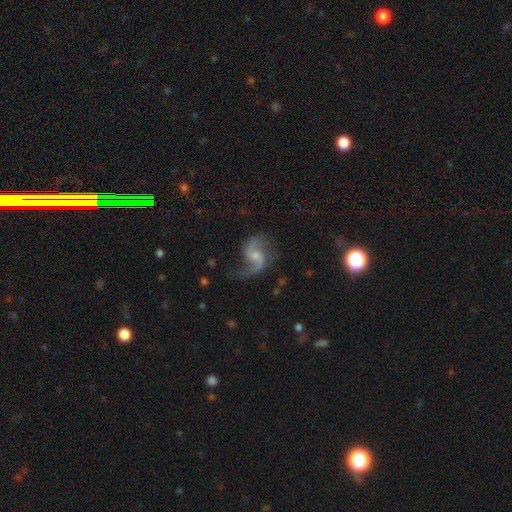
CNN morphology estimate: type=featured or disk (89%); edge-on=no (98%); bar=no (54%); spiral arms=yes (97%); winding=loose (64%); arm count=2 (93%); bulge=small (47%); merging=none (72%).